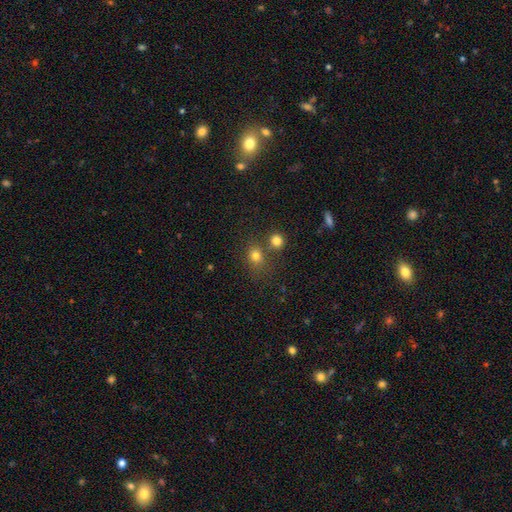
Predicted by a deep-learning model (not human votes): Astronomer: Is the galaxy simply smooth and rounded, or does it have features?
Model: smooth — 76%.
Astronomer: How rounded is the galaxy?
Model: round — 69%.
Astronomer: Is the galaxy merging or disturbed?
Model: none — 59%.